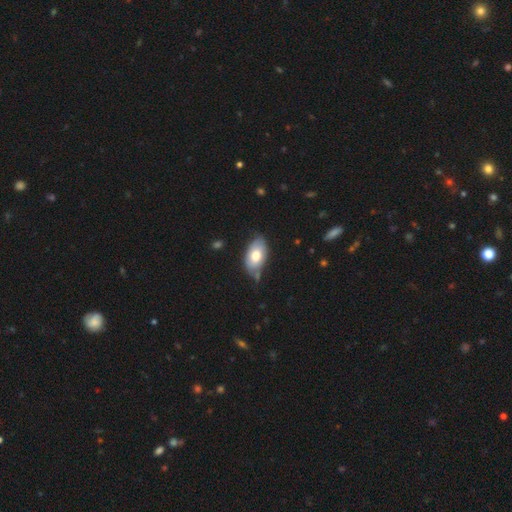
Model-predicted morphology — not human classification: A smooth galaxy with no disk features (73%) that is in between round and cigar-shaped (93%). Merging: none (66%).